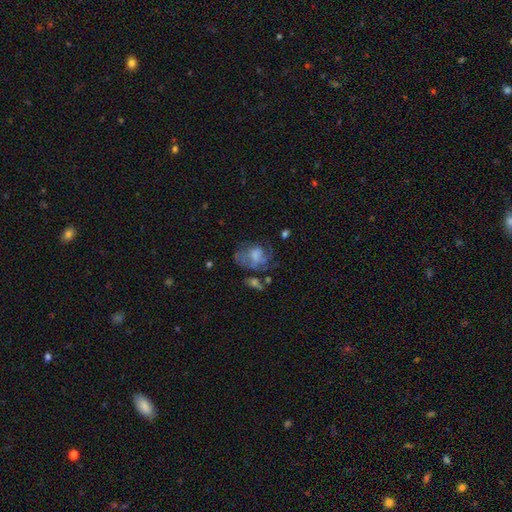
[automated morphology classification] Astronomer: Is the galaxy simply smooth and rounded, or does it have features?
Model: smooth — 48% (runner-up: featured or disk, 40%).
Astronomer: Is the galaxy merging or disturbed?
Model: major disturbance — 40% (runner-up: none, 29%).